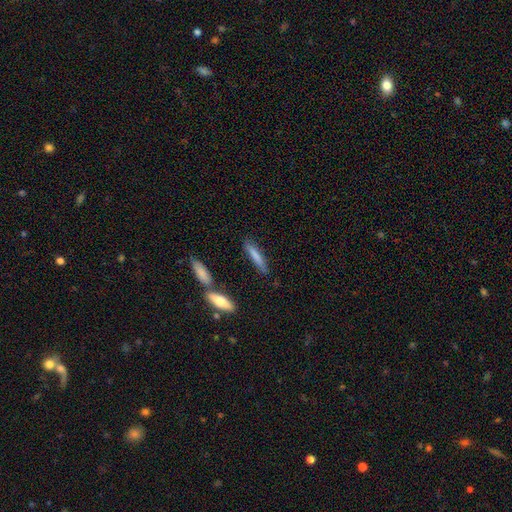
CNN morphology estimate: Overall: smooth (74%). How rounded: cigar-shaped (87%). Merging: none (79%).